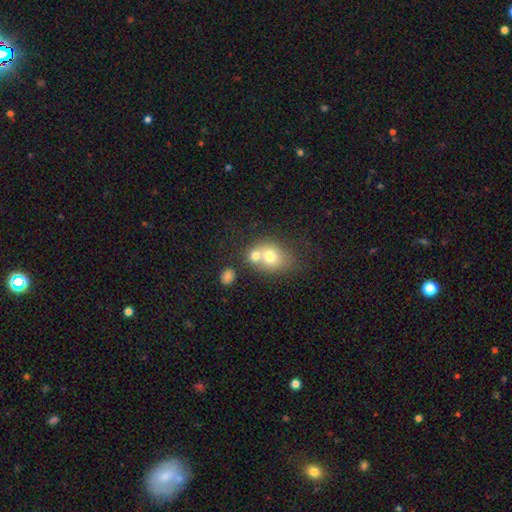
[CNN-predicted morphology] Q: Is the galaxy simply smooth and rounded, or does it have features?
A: smooth — 70%.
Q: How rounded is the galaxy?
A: round — 58%.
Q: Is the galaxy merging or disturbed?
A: merger — 55%.